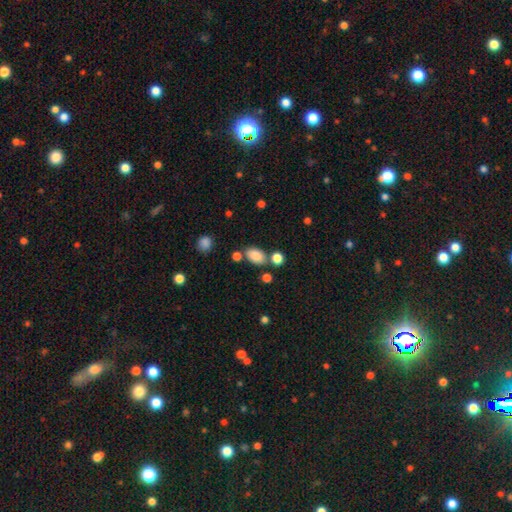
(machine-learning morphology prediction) smooth-or-featured: smooth: 84% | star or artifact: 10% | featured or disk: 6%
  how-rounded: in between: 86% | round: 13% | cigar-shaped: 1%
  merging: none: 71% | merger: 13% | minor disturbance: 12% | major disturbance: 4%